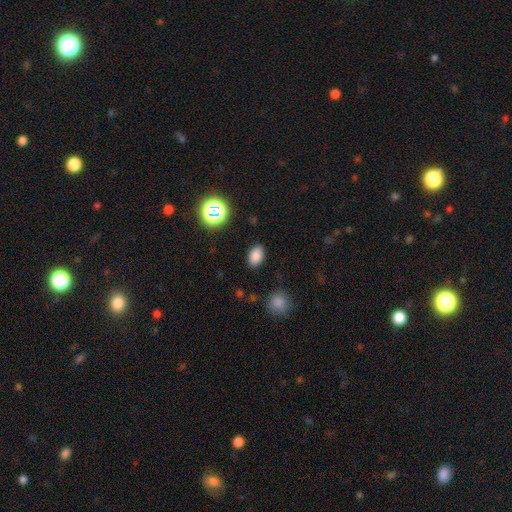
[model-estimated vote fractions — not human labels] Overall: smooth (83%). How rounded: in between (85%). Merging: none (87%).